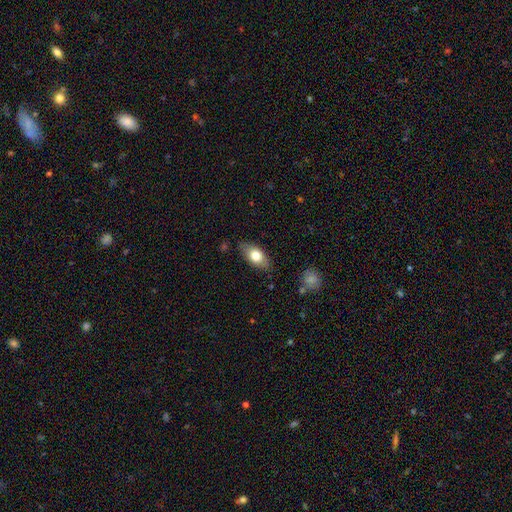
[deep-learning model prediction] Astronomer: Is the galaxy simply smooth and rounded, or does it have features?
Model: smooth — 73%.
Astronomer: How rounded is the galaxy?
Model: in between — 88%.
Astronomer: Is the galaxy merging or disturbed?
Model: none — 82%.